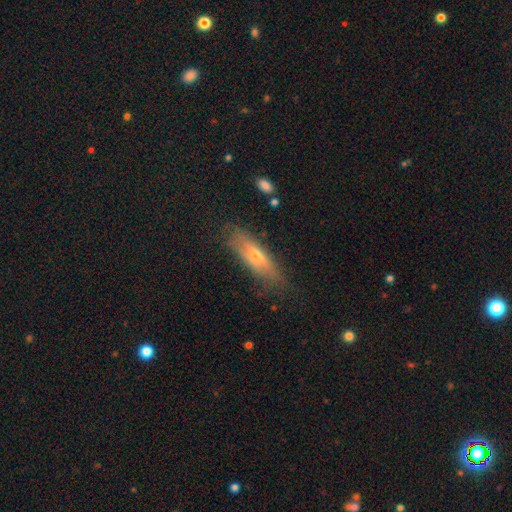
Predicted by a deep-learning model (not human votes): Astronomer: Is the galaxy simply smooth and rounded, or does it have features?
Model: smooth — 51% (runner-up: featured or disk, 42%).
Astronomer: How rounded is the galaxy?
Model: cigar-shaped — 56% (runner-up: in between, 41%).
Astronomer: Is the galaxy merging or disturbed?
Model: none — 75%.